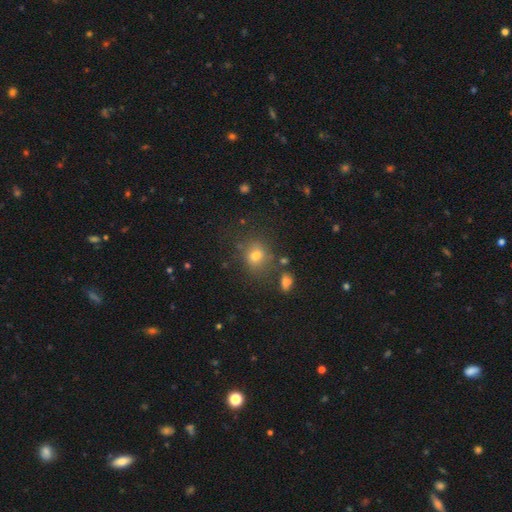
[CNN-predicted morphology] smooth-or-featured: smooth: 73% | star or artifact: 16% | featured or disk: 11%
  how-rounded: round: 70% | in between: 29% | cigar-shaped: 1%
  merging: none: 71% | minor disturbance: 16% | merger: 7% | major disturbance: 7%